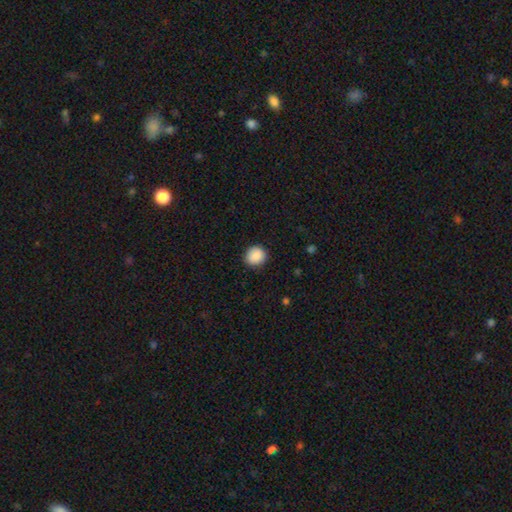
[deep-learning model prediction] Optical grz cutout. It shows a smooth galaxy with no disk features (89%) that is round (87%). Merging: none (90%).